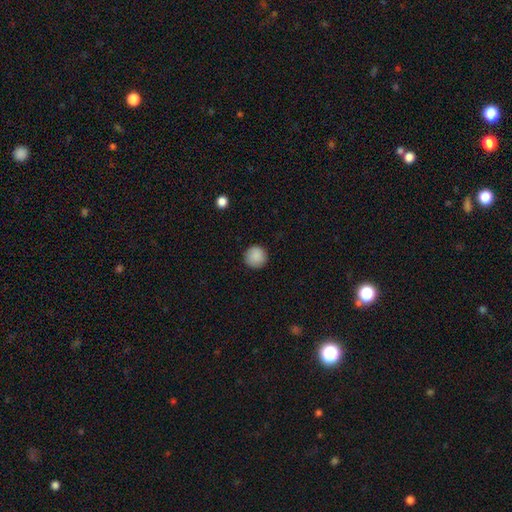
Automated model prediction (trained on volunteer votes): Overall: smooth (89%). How rounded: round (95%). Merging: none (91%).